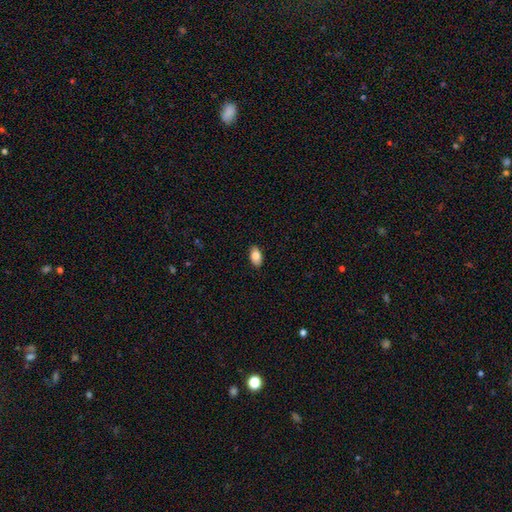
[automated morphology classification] smooth 84%, featured or disk 9%, star or artifact 7%. Down the decision tree: how rounded — in between (92%); merging — none (89%).